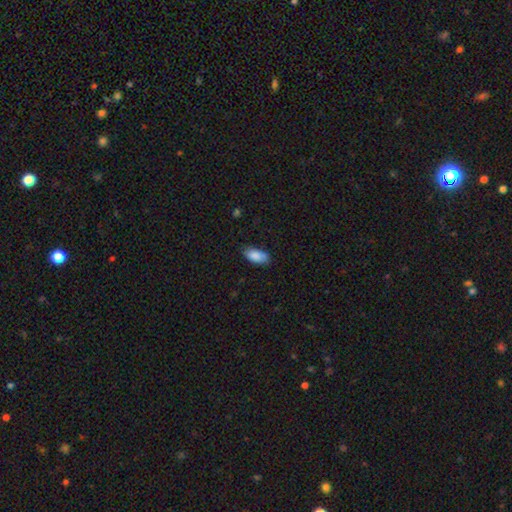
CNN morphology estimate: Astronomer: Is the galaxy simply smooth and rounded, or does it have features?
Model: smooth — 86%.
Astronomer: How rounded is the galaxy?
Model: in between — 90%.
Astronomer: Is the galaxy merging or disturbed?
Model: none — 74%.